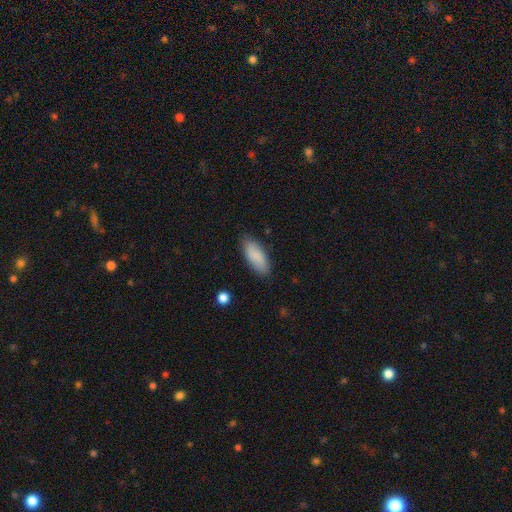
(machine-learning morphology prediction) The model was most divided on "how rounded": in between: 78%, cigar-shaped: 20%, round: 2%. More confident: smooth or featured — smooth (86%); merging — none (84%).